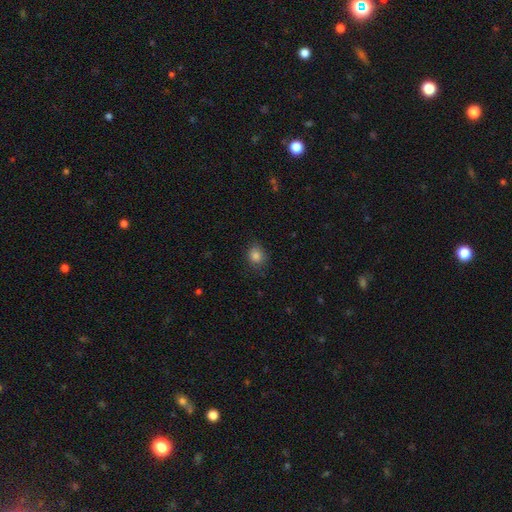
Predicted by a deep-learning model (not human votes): Morphology: type=smooth (84%); roundness=round (68%); merging=none (80%).